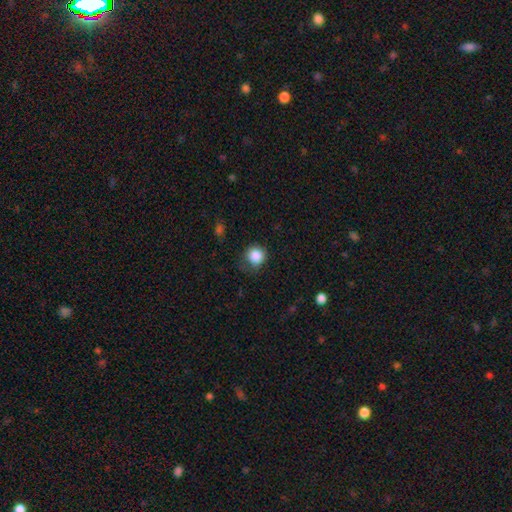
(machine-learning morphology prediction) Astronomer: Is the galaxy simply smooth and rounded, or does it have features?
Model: smooth — 85%.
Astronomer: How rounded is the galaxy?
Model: round — 88%.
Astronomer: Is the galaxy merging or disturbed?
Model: none — 67%.